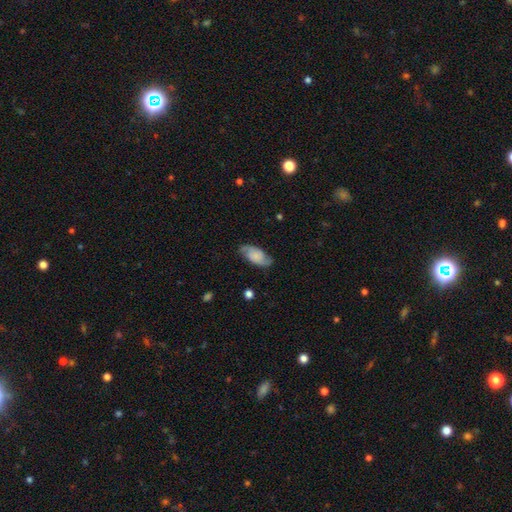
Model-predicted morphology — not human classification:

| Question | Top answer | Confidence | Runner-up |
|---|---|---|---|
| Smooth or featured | featured or disk | 54% | smooth (38%) |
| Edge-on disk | no | 94% | yes (6%) |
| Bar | no | 67% | weak (27%) |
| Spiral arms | yes | 91% | no (9%) |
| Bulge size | none | 43% | small (32%) |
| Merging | none | 75% | minor disturbance (18%) |